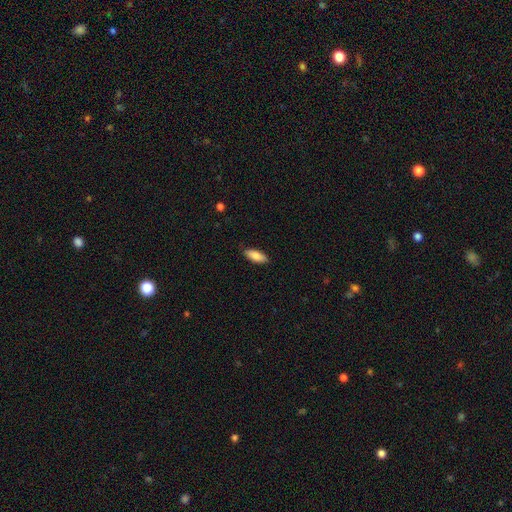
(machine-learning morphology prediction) Overall: smooth (86%). How rounded: in between (76%). Merging: none (87%).